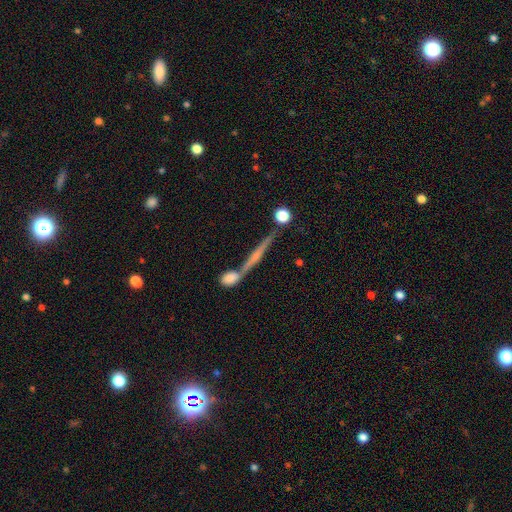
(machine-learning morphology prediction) Smooth or featured? featured or disk (64%)
Edge-on disk? yes (93%)
Edge-on bulge? rounded (45%)
Merging? none (60%)